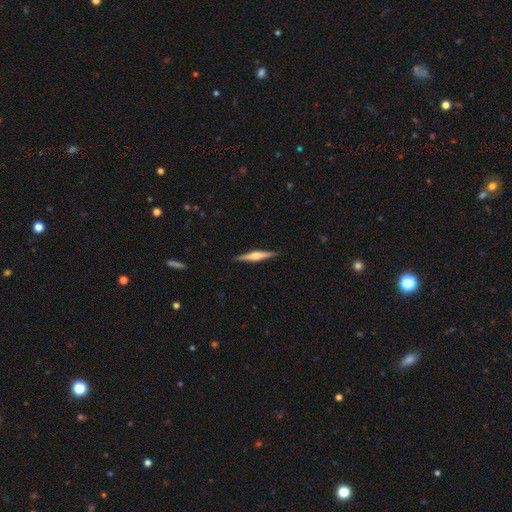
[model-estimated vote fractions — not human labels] Morphology: type=featured or disk (69%); edge-on=yes (98%); edge-on bulge=rounded (89%); merging=none (91%).